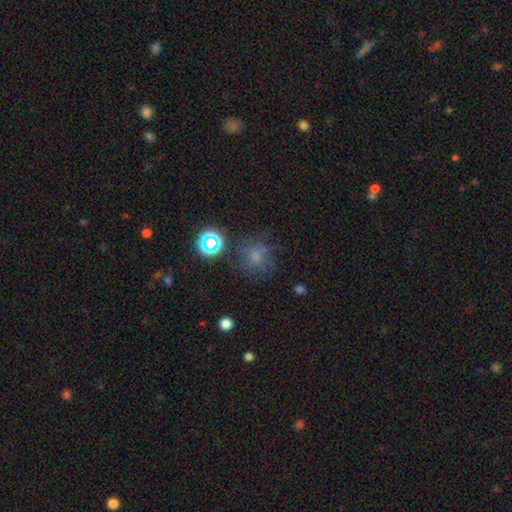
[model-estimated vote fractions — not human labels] A smooth galaxy with no disk features (54%) that is round (80%). Merging: none (62%).